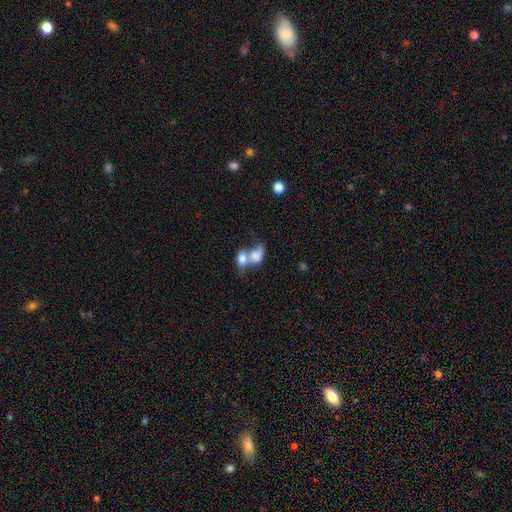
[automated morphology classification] Smooth or featured?
  - smooth: 66% *
  - featured or disk: 25%
  - star or artifact: 9%
How rounded?
  - in between: 76% *
  - round: 21%
  - cigar-shaped: 3%
Merging?
  - merger: 77% *
  - none: 9%
  - major disturbance: 8%
  - minor disturbance: 5%